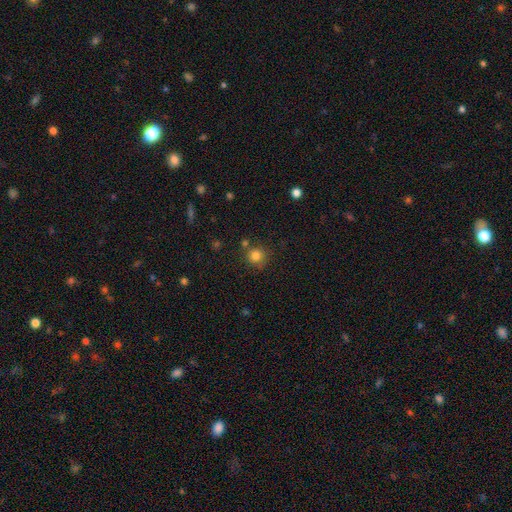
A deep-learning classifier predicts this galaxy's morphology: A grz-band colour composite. It shows a smooth galaxy with no disk features (82%) that is round (93%). Merging: none (76%).